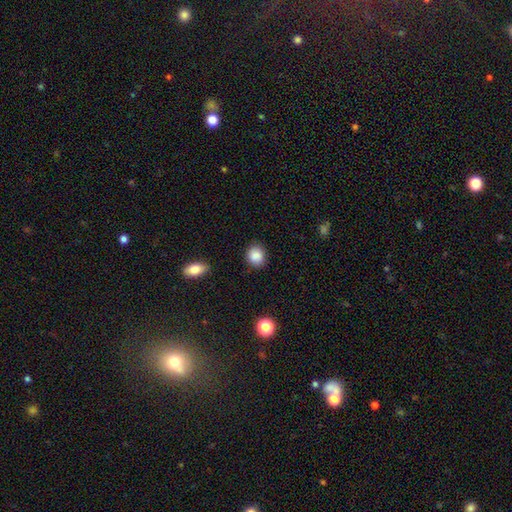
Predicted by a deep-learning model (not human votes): A smooth galaxy with no disk features (88%) that is round (75%). Merging: none (86%).